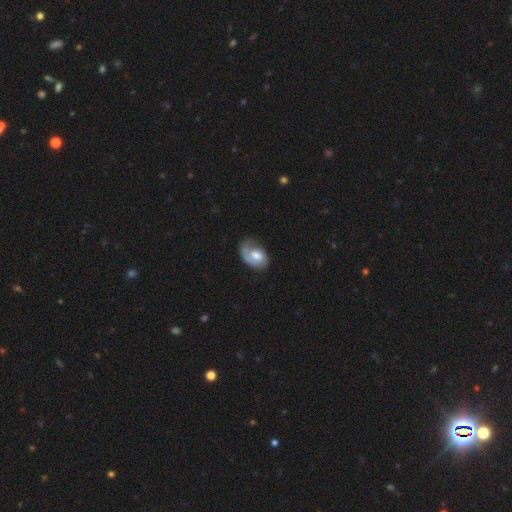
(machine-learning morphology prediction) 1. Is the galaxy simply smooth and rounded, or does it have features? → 61% featured or disk, 33% smooth, 6% star or artifact.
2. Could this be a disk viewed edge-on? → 97% no, 3% yes.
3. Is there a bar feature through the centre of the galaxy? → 62% no, 32% weak, 6% strong.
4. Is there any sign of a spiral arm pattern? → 85% yes, 15% no.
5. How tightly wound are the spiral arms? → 39% tight, 37% medium, 24% loose.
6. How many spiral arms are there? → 63% 1, 23% 2, 10% can't tell, 2% 3, 1% 4, 1% more than 4.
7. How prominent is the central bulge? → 56% moderate, 21% large, 17% small, 4% none, 2% dominant.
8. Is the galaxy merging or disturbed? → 49% none, 26% minor disturbance, 22% major disturbance, 2% merger.